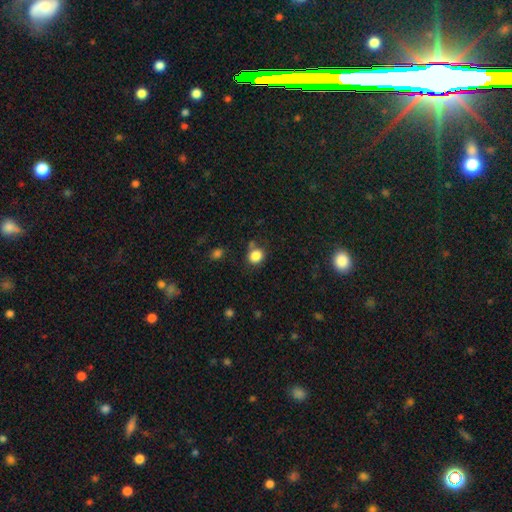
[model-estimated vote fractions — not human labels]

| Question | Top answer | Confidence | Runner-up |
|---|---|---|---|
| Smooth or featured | smooth | 85% | star or artifact (11%) |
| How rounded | round | 74% | in between (25%) |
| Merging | none | 73% | minor disturbance (14%) |